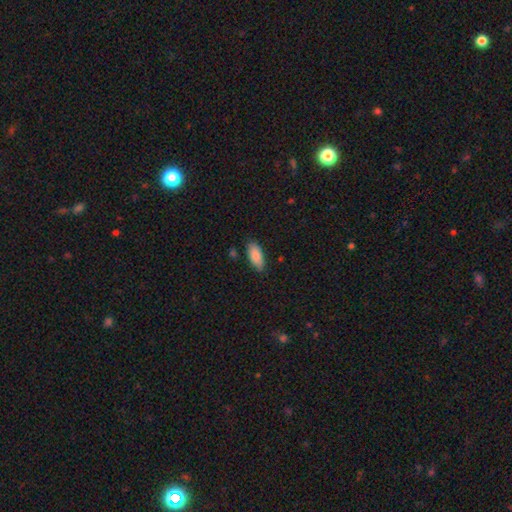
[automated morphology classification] A smooth galaxy with no disk features (87%) that is in between round and cigar-shaped (85%). Merging: none (83%).